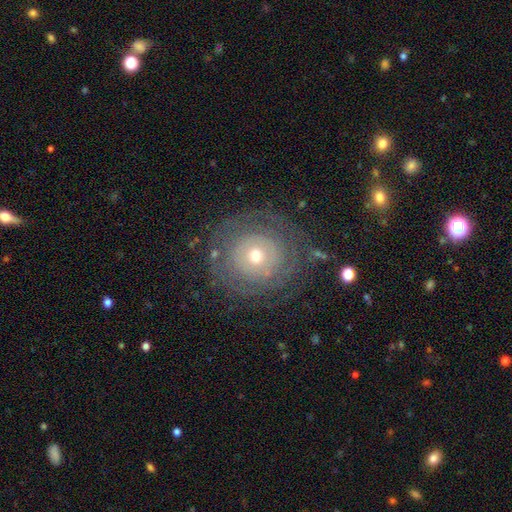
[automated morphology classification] smooth_or_featured: featured or disk (p=0.62) [alt: smooth p=0.29]
disk_edge_on: no (p=0.97) [alt: yes p=0.03]
bar: no (p=0.85) [alt: weak p=0.11]
has_spiral_arms: yes (p=0.61) [alt: no p=0.39]
bulge_size: small (p=0.57) [alt: moderate p=0.38]
merging: none (p=0.77) [alt: minor disturbance p=0.13]